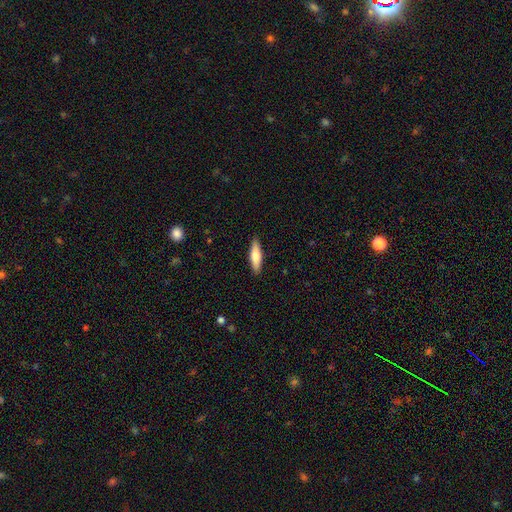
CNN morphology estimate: Smooth or featured?
  - smooth: 67% *
  - featured or disk: 28%
  - star or artifact: 5%
How rounded?
  - cigar-shaped: 65% *
  - in between: 33%
  - round: 2%
Merging?
  - none: 90% *
  - minor disturbance: 8%
  - major disturbance: 2%
  - merger: 1%